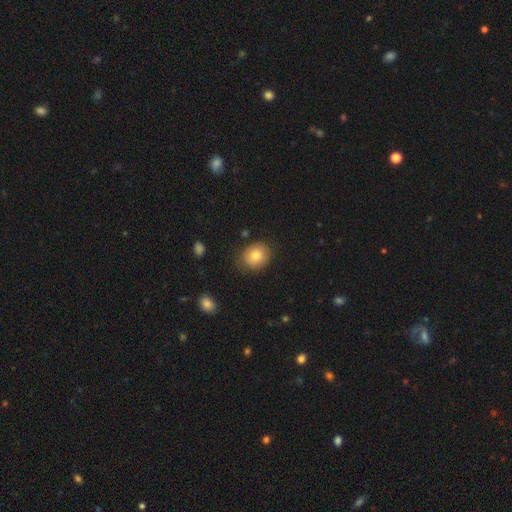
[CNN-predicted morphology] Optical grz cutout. It shows a smooth galaxy with no disk features (79%) that is round (64%). Merging: none (82%).